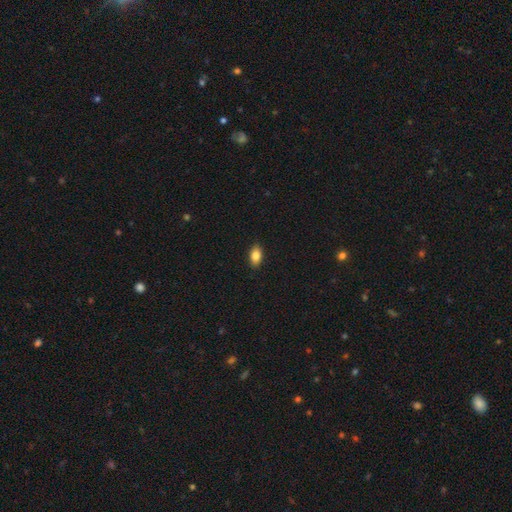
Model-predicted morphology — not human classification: smooth 84%, star or artifact 8%, featured or disk 8%. Down the decision tree: how rounded — in between (90%); merging — none (89%).